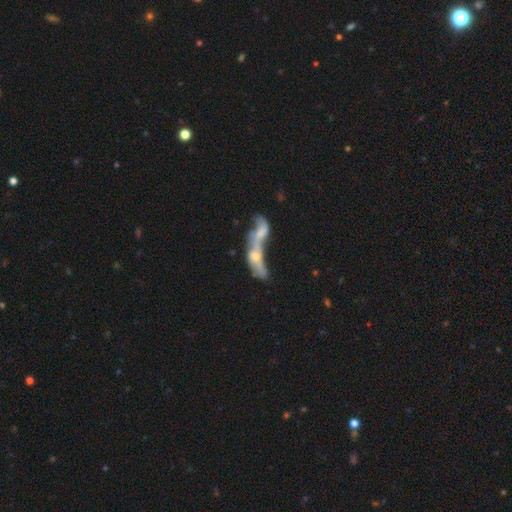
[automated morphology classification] type=featured or disk (55%); edge-on=no (81%); merging=merger (73%).